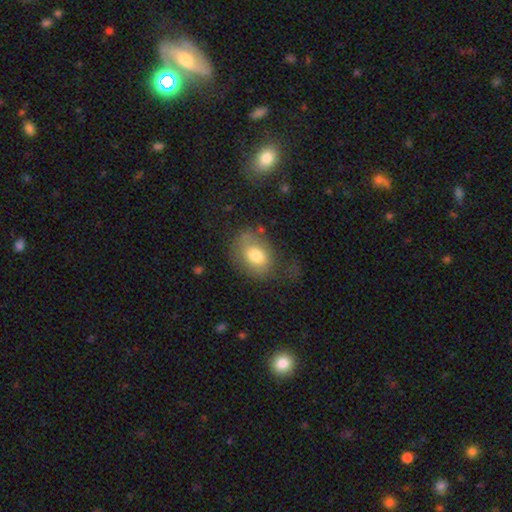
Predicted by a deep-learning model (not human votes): A smooth galaxy with no disk features (72%) that is in between round and cigar-shaped (70%).

Vote fractions:
- Smooth or featured? smooth: 72% / featured or disk: 19% / star or artifact: 8%
- How rounded? in between: 70% / round: 29% / cigar-shaped: 1%
- Merging? none: 48% / minor disturbance: 26% / major disturbance: 23% / merger: 3%